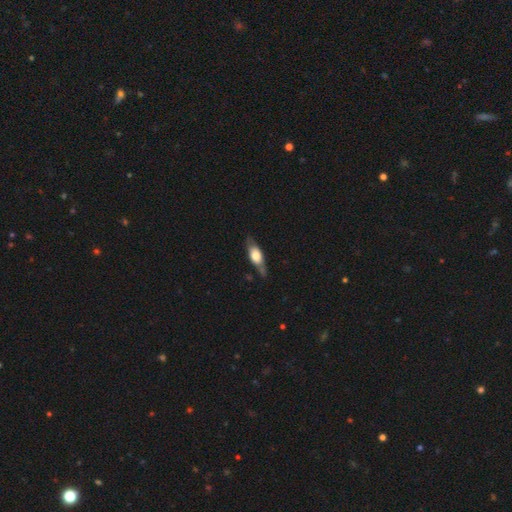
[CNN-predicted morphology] This appears to be a smooth galaxy with no disk features (50%). Merging: none (68%).